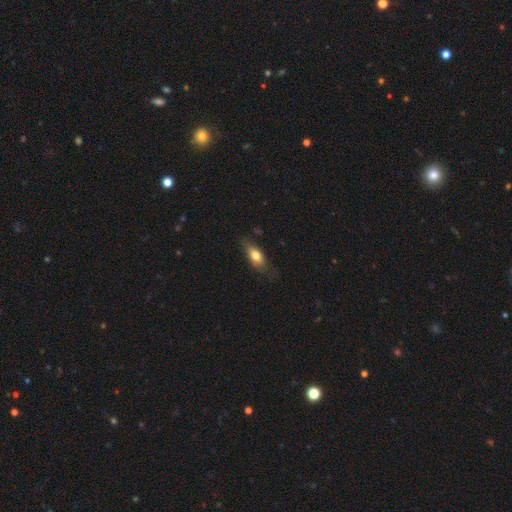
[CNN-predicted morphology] A smooth galaxy with no disk features (73%) that is in between round and cigar-shaped (77%). Merging: none (71%).